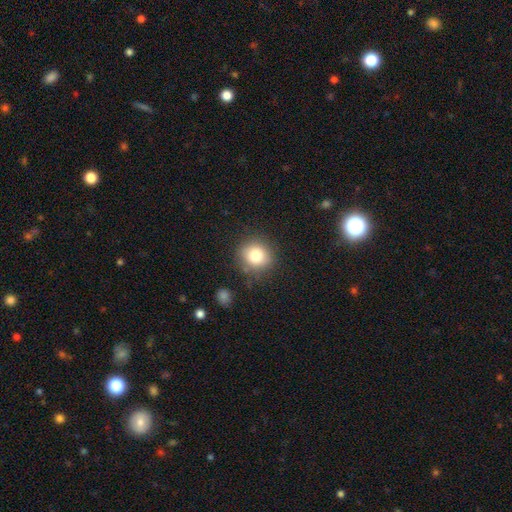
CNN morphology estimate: Smooth or featured: smooth — 79% (star or artifact — 11%)
How rounded: round — 89% (in between — 10%)
Merging: none — 83% (minor disturbance — 11%)